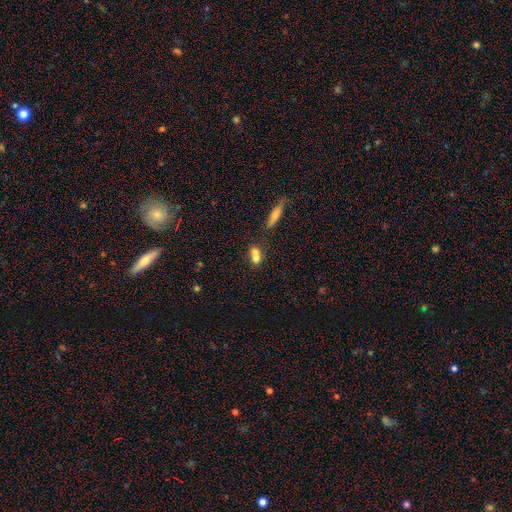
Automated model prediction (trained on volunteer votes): Smooth or featured: smooth — 68% (featured or disk — 20%)
How rounded: in between — 51% (round — 41%)
Merging: merger — 61% (none — 27%)